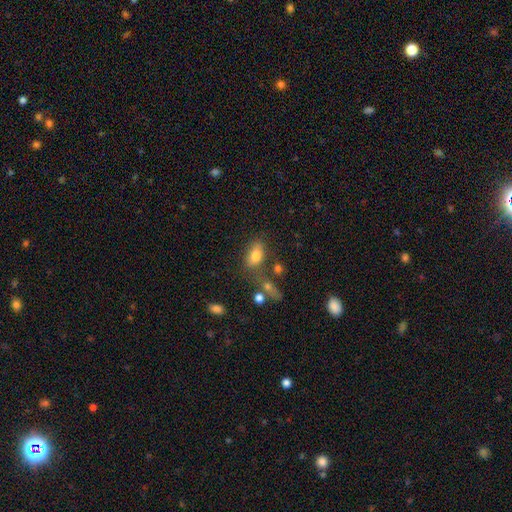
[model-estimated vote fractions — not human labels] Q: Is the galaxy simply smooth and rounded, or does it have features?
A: smooth — 78%.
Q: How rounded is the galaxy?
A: in between — 86%.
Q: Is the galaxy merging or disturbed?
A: none — 60%.